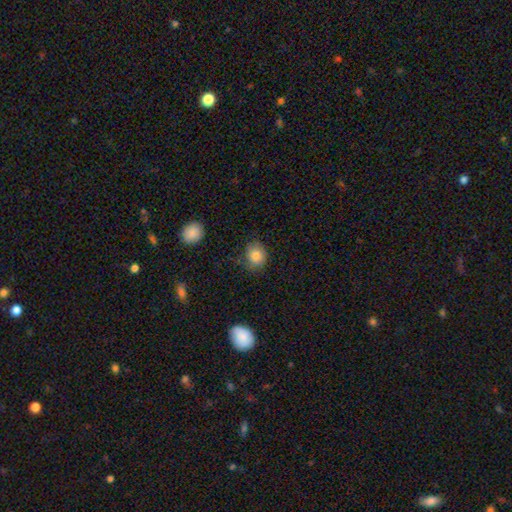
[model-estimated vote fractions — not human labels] This appears to be a smooth galaxy with no disk features (84%) that is round (71%). Merging: none (73%).